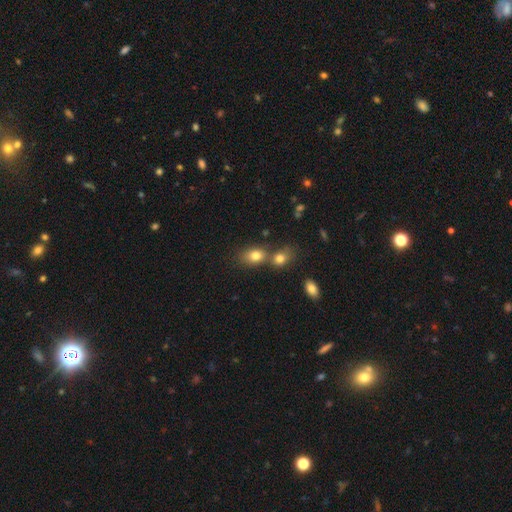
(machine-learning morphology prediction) This is likely a smooth galaxy (80%). How rounded: likely in between (72%). Merging: marginally none (44%).